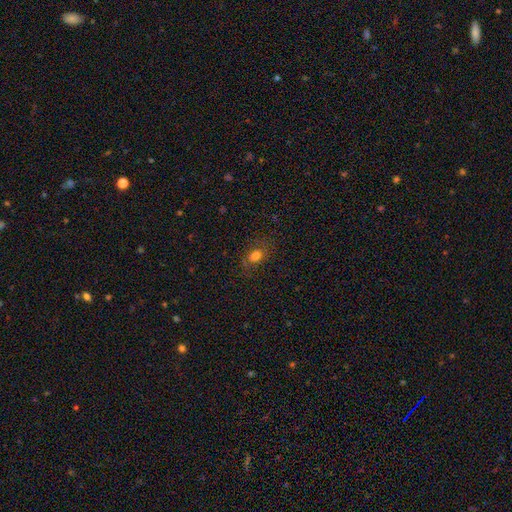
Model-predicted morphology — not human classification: Smooth or featured: smooth — 75% (star or artifact — 14%)
How rounded: in between — 64% (round — 33%)
Merging: none — 74% (minor disturbance — 17%)